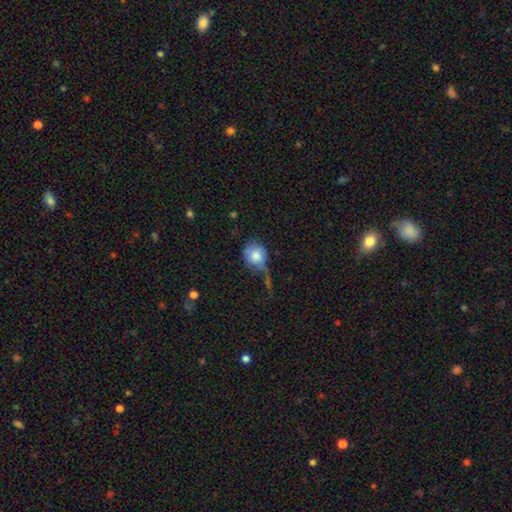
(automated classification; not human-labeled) Smooth or featured?
  - smooth: 72% *
  - featured or disk: 20%
  - star or artifact: 8%
How rounded?
  - round: 76% *
  - in between: 23%
  - cigar-shaped: 1%
Merging?
  - none: 35% *
  - major disturbance: 29%
  - minor disturbance: 28%
  - merger: 9%